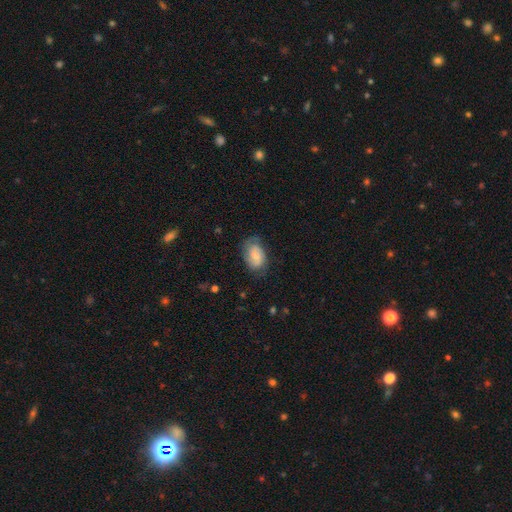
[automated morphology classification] smooth-or-featured: smooth: 50% | featured or disk: 42% | star or artifact: 8%
  how-rounded: in between: 86% | round: 12% | cigar-shaped: 2%
  merging: none: 66% | minor disturbance: 24% | major disturbance: 9% | merger: 1%